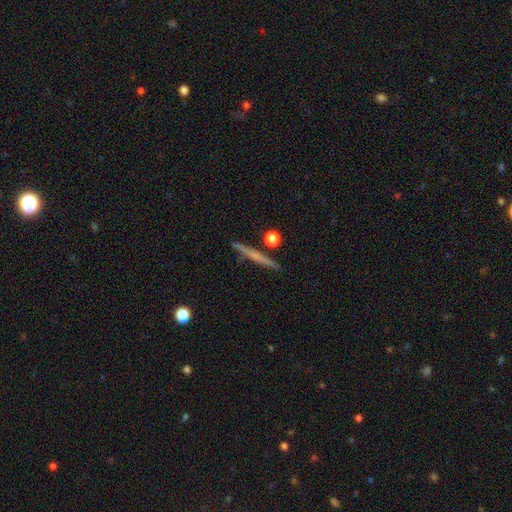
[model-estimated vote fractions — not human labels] smooth_or_featured: featured or disk (p=0.54) [alt: smooth p=0.39]
disk_edge_on: yes (p=0.97) [alt: no p=0.03]
edge_on_bulge: none (p=0.68) [alt: rounded p=0.24]
merging: none (p=0.88) [alt: minor disturbance p=0.07]